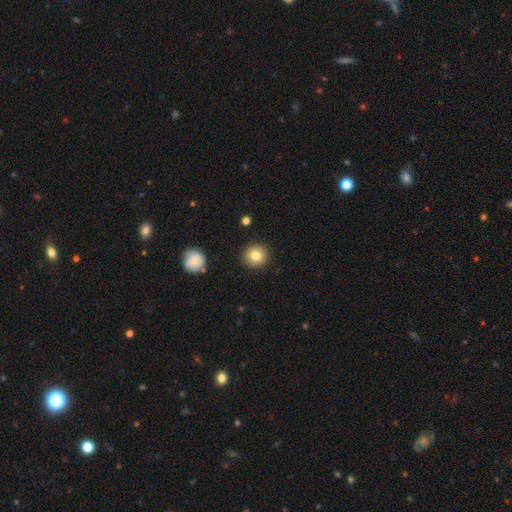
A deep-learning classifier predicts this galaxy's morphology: Smooth or featured? Predicted: smooth (p=0.82). How rounded? Predicted: round (p=0.92). Merging? Predicted: none (p=0.91).